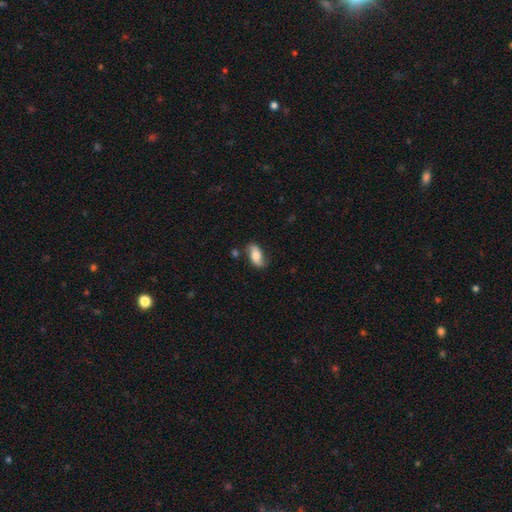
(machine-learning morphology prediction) smooth 60%, featured or disk 33%, star or artifact 7%. Down the decision tree: how rounded — in between (89%); merging — none (69%).